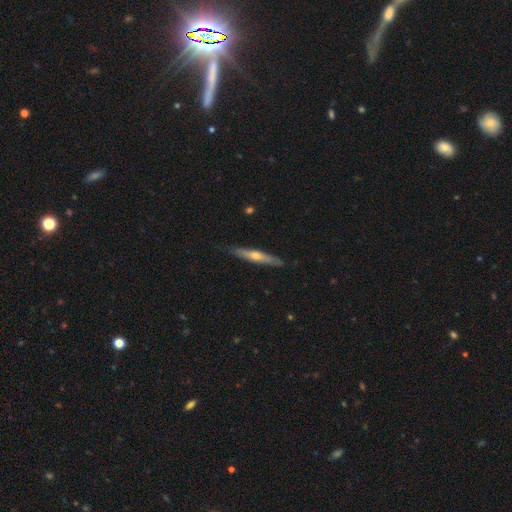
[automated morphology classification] Smooth or featured? Predicted: featured or disk (p=0.57). Edge-on disk? Predicted: yes (p=0.91). Edge-on bulge? Predicted: rounded (p=0.82). Merging? Predicted: none (p=0.85).